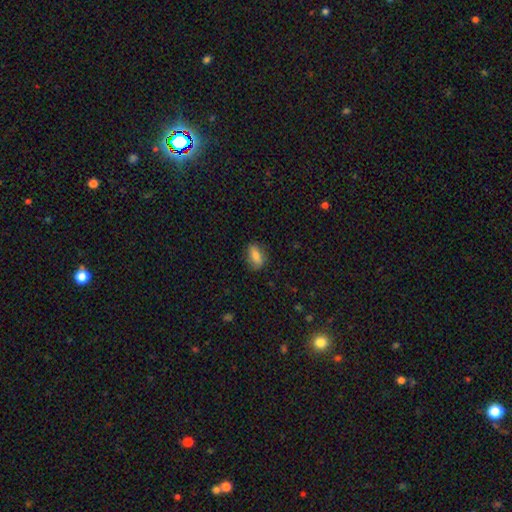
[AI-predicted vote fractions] smooth_or_featured: smooth (p=0.76) [alt: featured or disk p=0.15]
how_rounded: in between (p=0.83) [alt: round p=0.10]
merging: none (p=0.78) [alt: minor disturbance p=0.17]